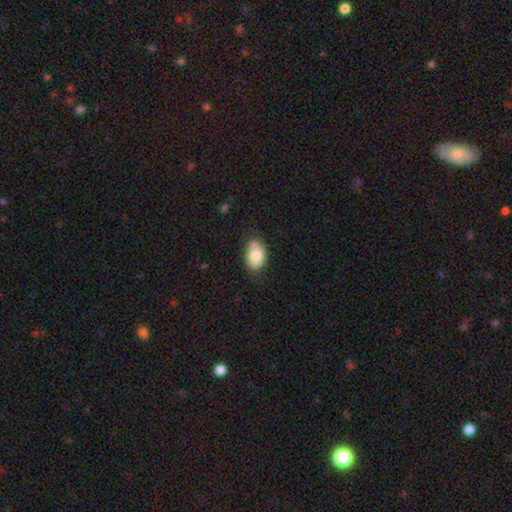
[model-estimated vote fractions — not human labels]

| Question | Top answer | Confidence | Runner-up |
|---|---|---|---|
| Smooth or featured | smooth | 76% | featured or disk (17%) |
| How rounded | in between | 83% | round (16%) |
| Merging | none | 60% | minor disturbance (24%) |